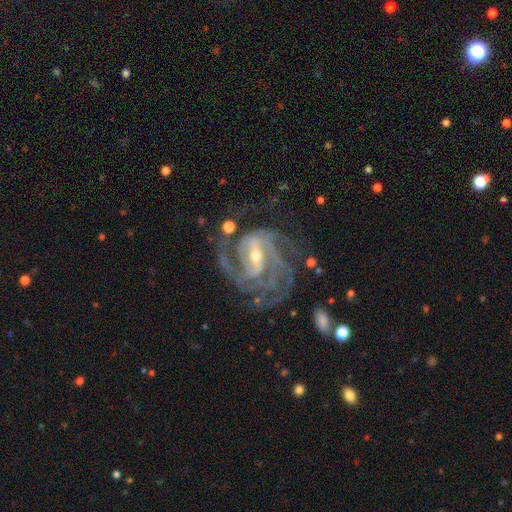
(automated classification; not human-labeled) smooth_or_featured: featured or disk (p=0.91) [alt: star or artifact p=0.05]
disk_edge_on: no (p=0.97) [alt: yes p=0.03]
bar: strong (p=0.47) [alt: weak p=0.40]
has_spiral_arms: yes (p=0.98) [alt: no p=0.02]
spiral_winding: tight (p=0.51) [alt: medium p=0.41]
spiral_arm_count: 3 (p=0.32) [alt: 2 p=0.26]
bulge_size: small (p=0.59) [alt: moderate p=0.37]
merging: none (p=0.57) [alt: major disturbance p=0.21]